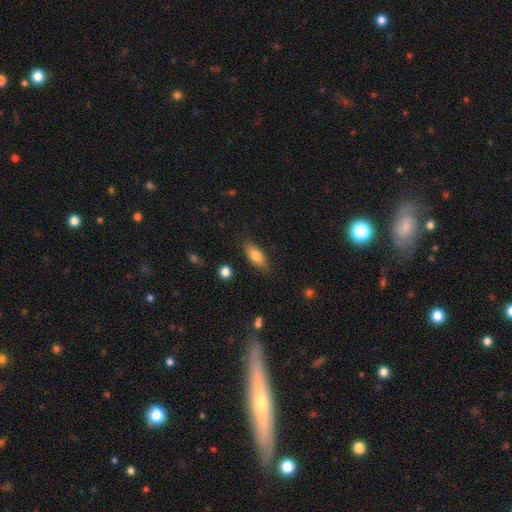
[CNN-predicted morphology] type=smooth (75%); roundness=in between (71%); merging=none (84%).